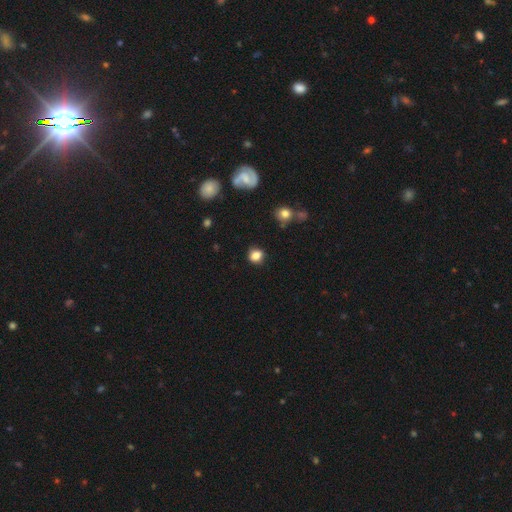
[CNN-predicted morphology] This is clearly a smooth galaxy (83%). How rounded: likely round (75%). Merging: clearly none (85%).